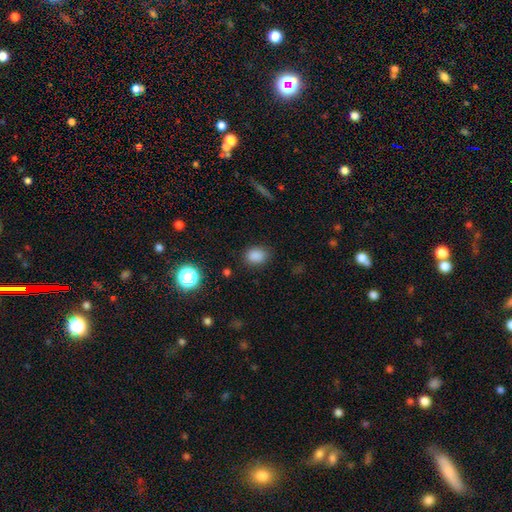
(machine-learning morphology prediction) Q: Smooth or featured?
A: smooth (84%); runner-up: star or artifact (13%)
Q: How rounded?
A: in between (58%); runner-up: round (41%)
Q: Merging?
A: none (83%); runner-up: minor disturbance (12%)